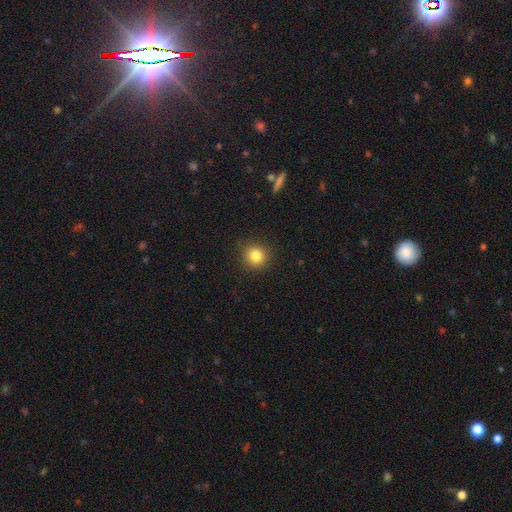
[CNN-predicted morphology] type=smooth (83%); roundness=round (90%); merging=none (89%).